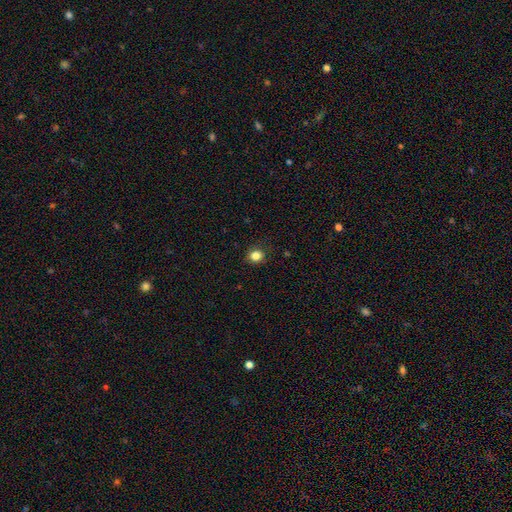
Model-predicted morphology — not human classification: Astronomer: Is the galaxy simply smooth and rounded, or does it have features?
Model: smooth — 84%.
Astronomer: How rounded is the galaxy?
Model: round — 87%.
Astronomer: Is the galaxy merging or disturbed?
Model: none — 89%.